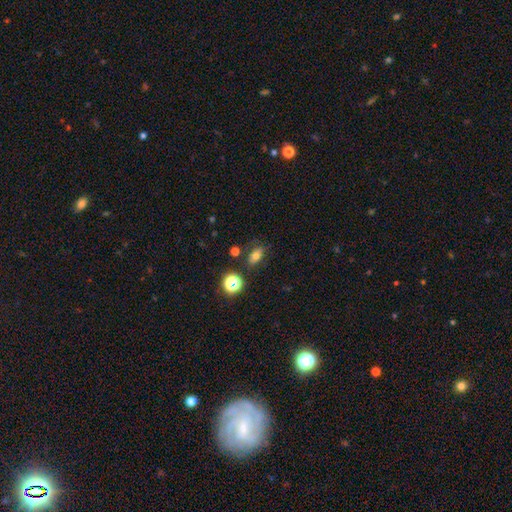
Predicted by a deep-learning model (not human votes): Smooth or featured: smooth — 68% (star or artifact — 17%)
How rounded: in between — 79% (round — 17%)
Merging: none — 75% (minor disturbance — 15%)